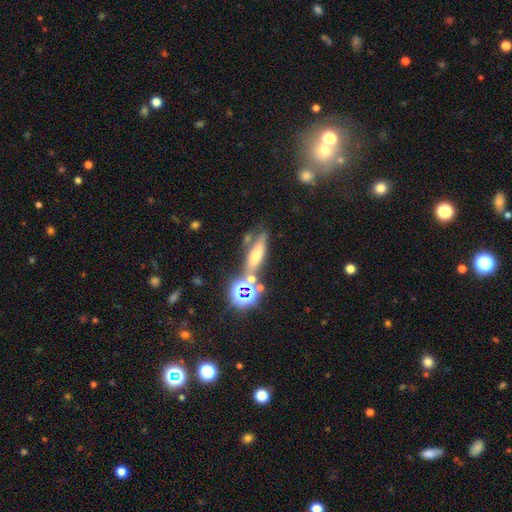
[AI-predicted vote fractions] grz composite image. It shows a smooth galaxy with no disk features (36%). Merging: none (65%).